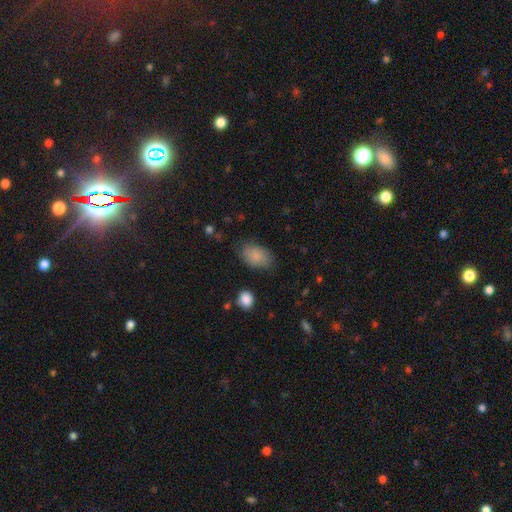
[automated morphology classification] Smooth or featured: smooth — 86% (star or artifact — 8%)
How rounded: in between — 88% (round — 10%)
Merging: none — 74% (minor disturbance — 18%)